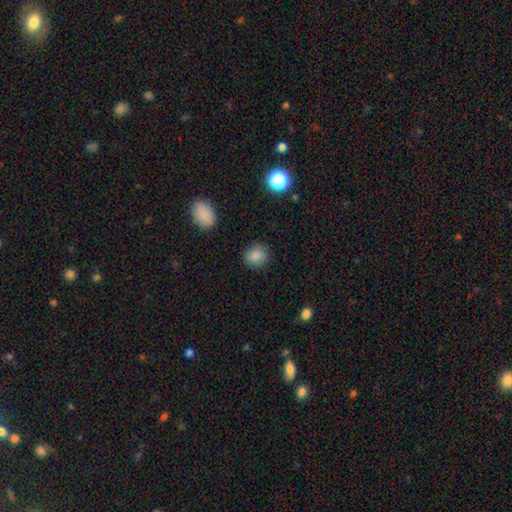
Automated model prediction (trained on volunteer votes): Smooth or featured?
  - smooth: 85% *
  - star or artifact: 10%
  - featured or disk: 5%
How rounded?
  - round: 81% *
  - in between: 18%
  - cigar-shaped: 1%
Merging?
  - none: 87% *
  - minor disturbance: 9%
  - major disturbance: 3%
  - merger: 1%